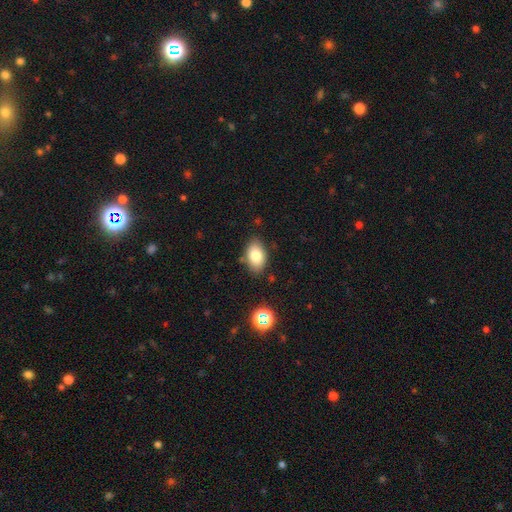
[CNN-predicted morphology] Smooth or featured: smooth — 81% (featured or disk — 10%)
How rounded: in between — 89% (round — 10%)
Merging: none — 81% (minor disturbance — 13%)